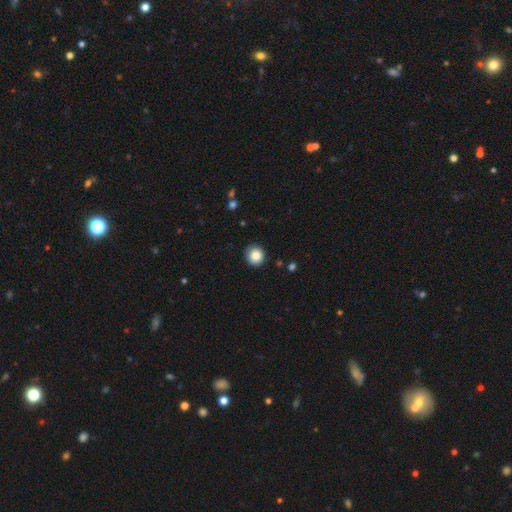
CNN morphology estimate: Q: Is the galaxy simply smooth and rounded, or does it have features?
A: smooth — 86%.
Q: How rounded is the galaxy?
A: round — 92%.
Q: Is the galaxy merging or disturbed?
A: none — 89%.